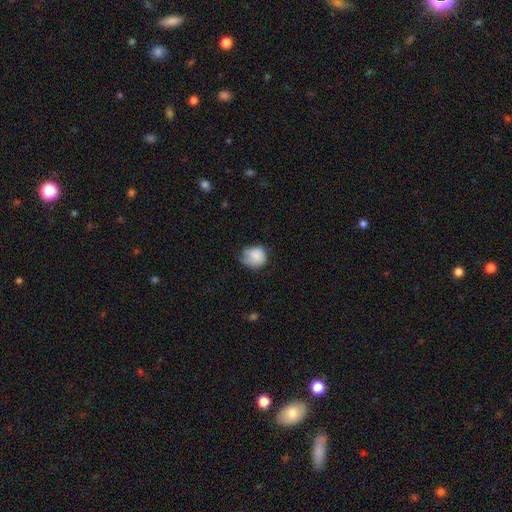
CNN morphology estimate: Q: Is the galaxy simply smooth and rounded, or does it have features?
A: smooth — 83%.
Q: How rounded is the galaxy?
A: round — 68%.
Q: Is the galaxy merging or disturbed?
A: none — 45%.